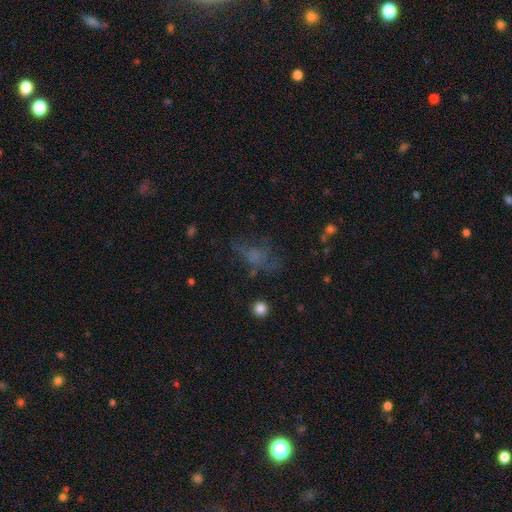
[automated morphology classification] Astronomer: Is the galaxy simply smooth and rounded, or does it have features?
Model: smooth — 44% (runner-up: featured or disk, 30%).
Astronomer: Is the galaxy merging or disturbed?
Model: none — 47% (runner-up: major disturbance, 28%).